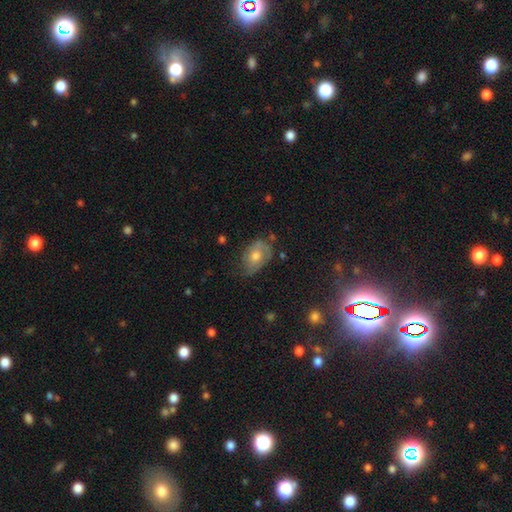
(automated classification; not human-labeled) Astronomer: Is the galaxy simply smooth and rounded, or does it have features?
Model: featured or disk — 50% (runner-up: smooth, 40%).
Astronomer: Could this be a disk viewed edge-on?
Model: no — 94%.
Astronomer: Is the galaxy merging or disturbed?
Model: none — 53% (runner-up: minor disturbance, 31%).